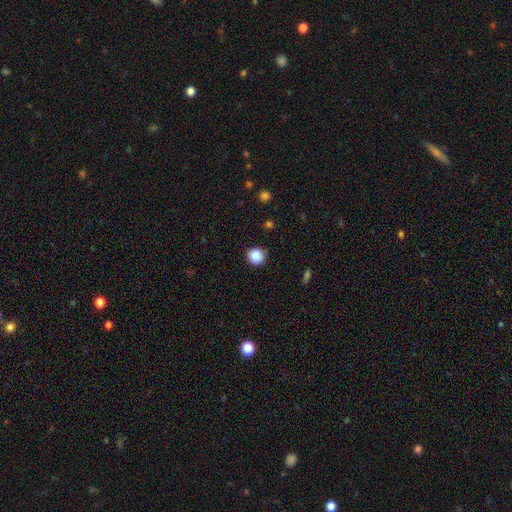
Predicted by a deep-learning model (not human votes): Q: Smooth or featured?
A: smooth (87%); runner-up: star or artifact (10%)
Q: How rounded?
A: round (92%); runner-up: in between (7%)
Q: Merging?
A: none (89%); runner-up: minor disturbance (8%)